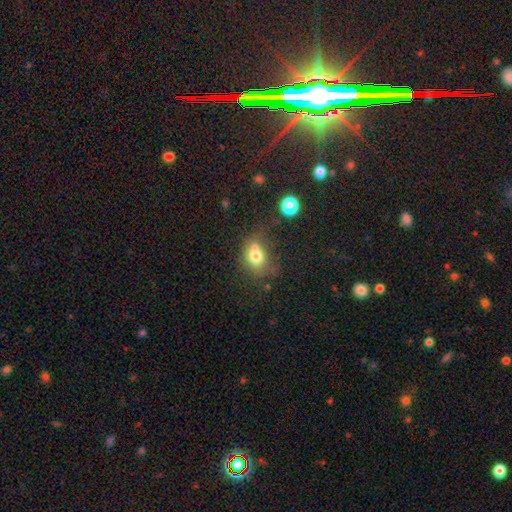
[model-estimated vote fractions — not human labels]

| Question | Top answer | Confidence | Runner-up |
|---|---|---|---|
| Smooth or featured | smooth | 71% | featured or disk (16%) |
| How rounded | in between | 51% | round (48%) |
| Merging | none | 38% | merger (27%) |